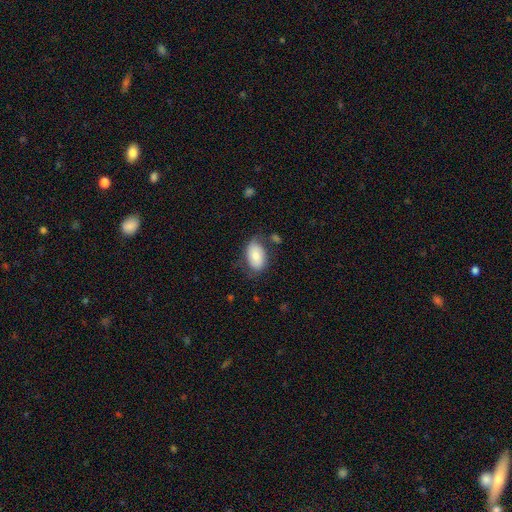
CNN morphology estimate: Smooth or featured? Predicted: smooth (p=0.74). How rounded? Predicted: in between (p=0.92). Merging? Predicted: none (p=0.59).